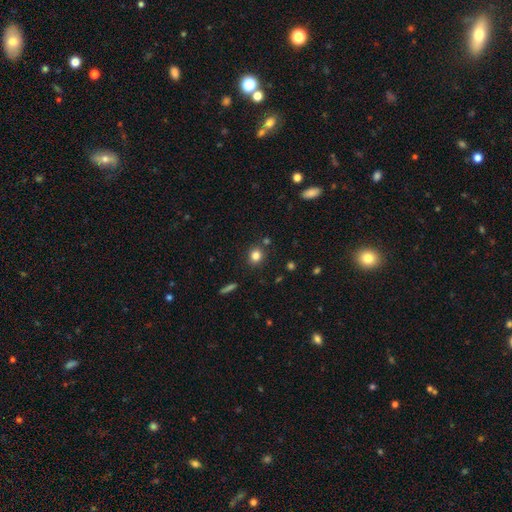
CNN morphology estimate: A smooth galaxy with no disk features (81%) that is round (76%). Merging: none (84%).